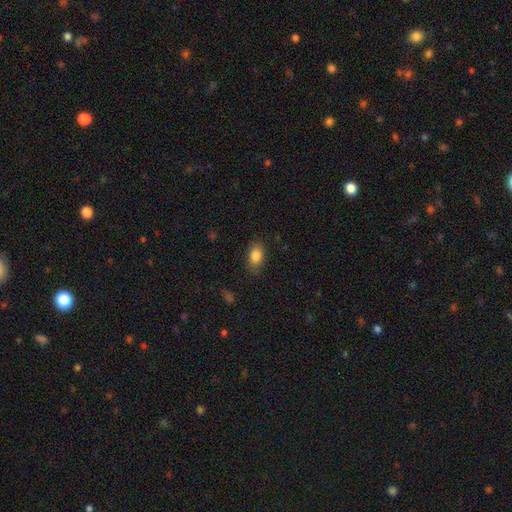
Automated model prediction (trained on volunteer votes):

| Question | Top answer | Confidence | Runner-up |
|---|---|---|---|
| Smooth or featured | smooth | 85% | star or artifact (8%) |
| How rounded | in between | 89% | round (8%) |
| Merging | none | 82% | minor disturbance (13%) |